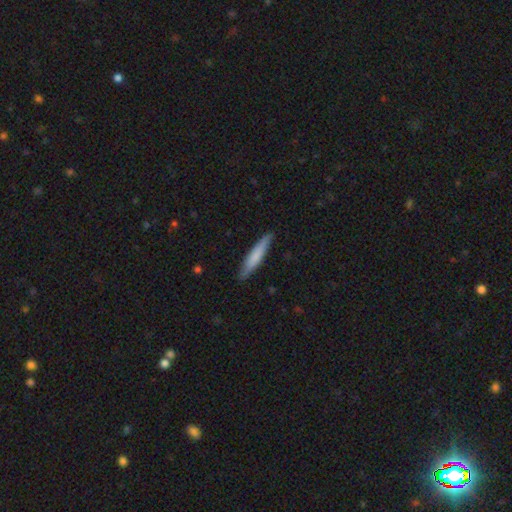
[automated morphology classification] This is likely a smooth galaxy (71%). How rounded: clearly cigar-shaped (91%). Merging: clearly none (88%).